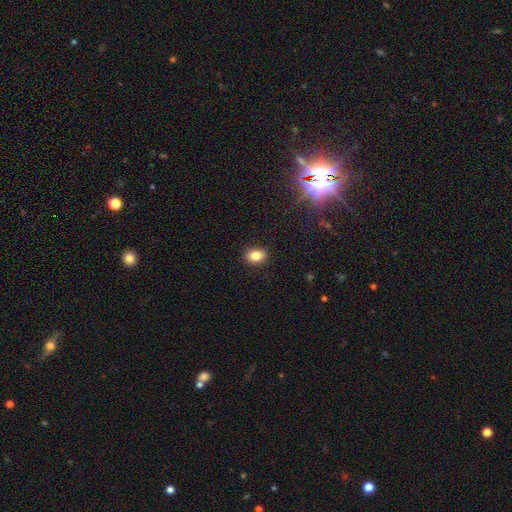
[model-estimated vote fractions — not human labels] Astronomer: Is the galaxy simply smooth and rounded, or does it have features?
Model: smooth — 84%.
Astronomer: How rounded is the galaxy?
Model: in between — 67%.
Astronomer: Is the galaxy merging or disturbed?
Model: none — 89%.